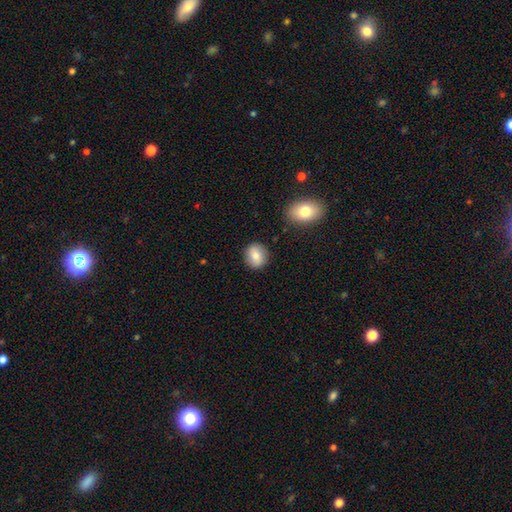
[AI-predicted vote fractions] Smooth or featured: smooth — 79% (featured or disk — 13%)
How rounded: round — 77% (in between — 21%)
Merging: none — 87% (minor disturbance — 9%)